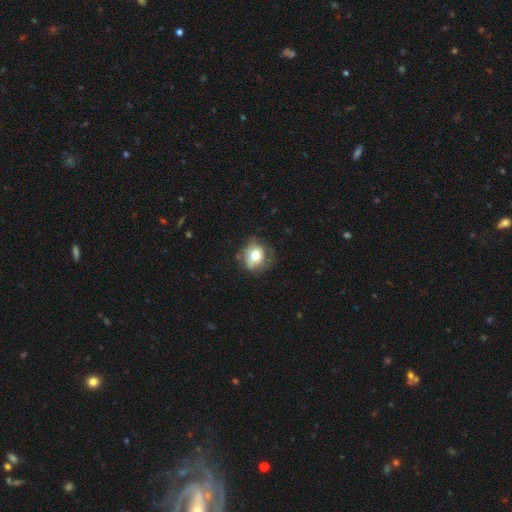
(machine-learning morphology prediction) Smooth or featured? Predicted: smooth (p=0.68). How rounded? Predicted: round (p=0.74). Merging? Predicted: none (p=0.56).